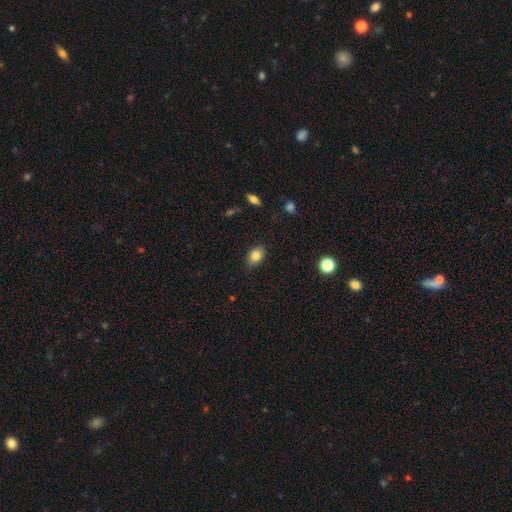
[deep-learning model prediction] smooth_or_featured: smooth (p=0.82) [alt: star or artifact p=0.09]
how_rounded: in between (p=0.80) [alt: round p=0.19]
merging: none (p=0.85) [alt: minor disturbance p=0.12]